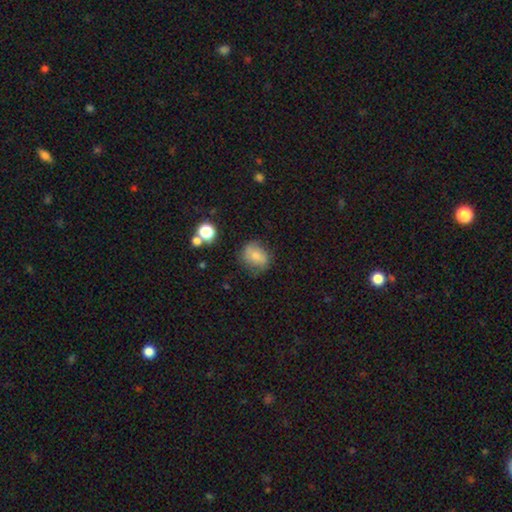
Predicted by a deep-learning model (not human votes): Smooth or featured? Predicted: smooth (p=0.70). How rounded? Predicted: round (p=0.52). Merging? Predicted: none (p=0.66).